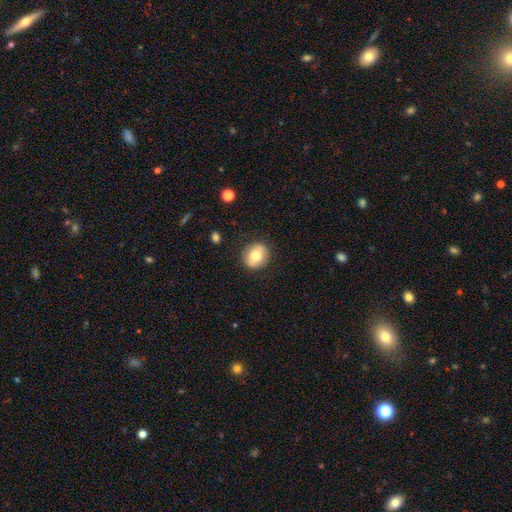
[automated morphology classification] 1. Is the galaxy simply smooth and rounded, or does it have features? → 74% smooth, 17% featured or disk, 8% star or artifact.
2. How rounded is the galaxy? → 74% round, 25% in between, 1% cigar-shaped.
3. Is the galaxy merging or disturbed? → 87% none, 9% minor disturbance, 3% major disturbance, 1% merger.